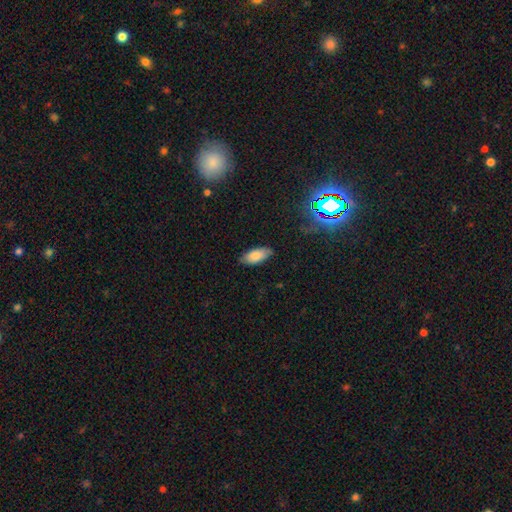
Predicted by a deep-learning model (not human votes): Morphology: type=smooth (82%); roundness=in between (88%); merging=none (79%).